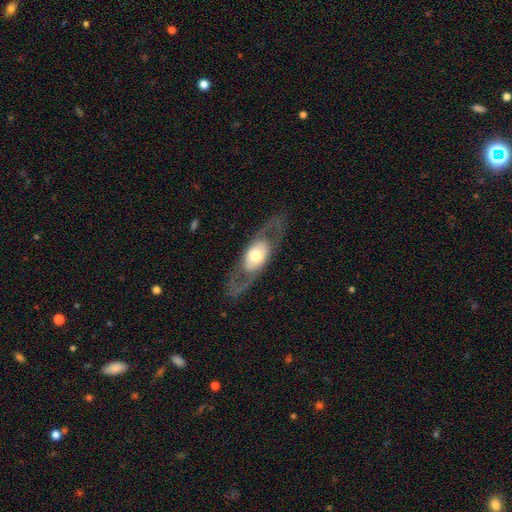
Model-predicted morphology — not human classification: Smooth or featured? Predicted: featured or disk (p=0.67). Edge-on disk? Predicted: no (p=0.79). Bar? Predicted: no (p=0.78). Spiral arms? Predicted: no (p=0.64). Bulge size? Predicted: moderate (p=0.54). Merging? Predicted: none (p=0.77).